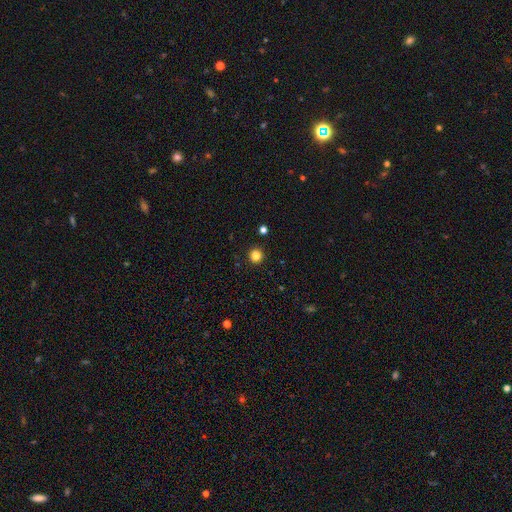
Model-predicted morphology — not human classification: A smooth galaxy with no disk features (84%) that is round (95%). Merging: none (93%).